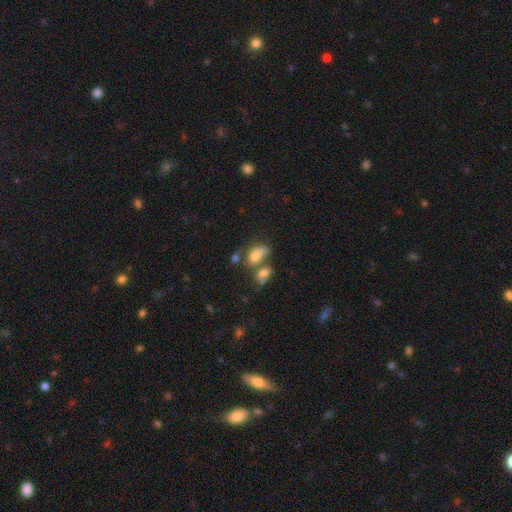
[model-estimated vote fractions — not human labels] Smooth or featured?
  - smooth: 74% *
  - featured or disk: 15%
  - star or artifact: 11%
How rounded?
  - in between: 85% *
  - round: 12%
  - cigar-shaped: 3%
Merging?
  - merger: 42% *
  - none: 30%
  - minor disturbance: 16%
  - major disturbance: 11%